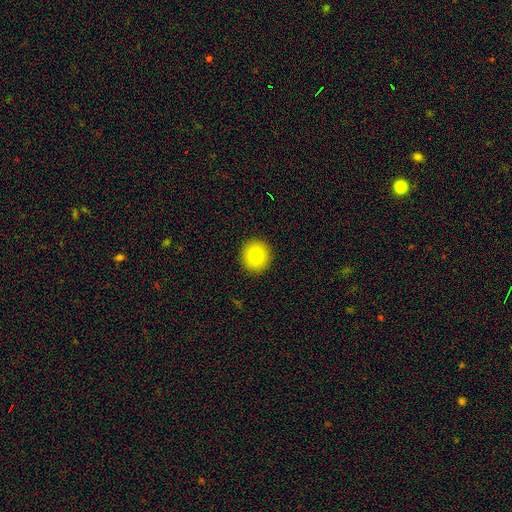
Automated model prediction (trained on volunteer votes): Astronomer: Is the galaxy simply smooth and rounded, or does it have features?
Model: smooth — 79%.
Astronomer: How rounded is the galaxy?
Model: round — 92%.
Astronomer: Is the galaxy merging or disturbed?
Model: none — 93%.